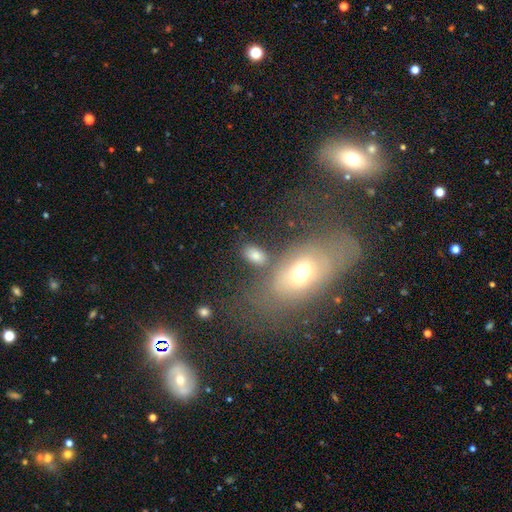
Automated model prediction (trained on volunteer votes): smooth 77%, star or artifact 12%, featured or disk 11%. Down the decision tree: how rounded — in between (86%); merging — none (70%).